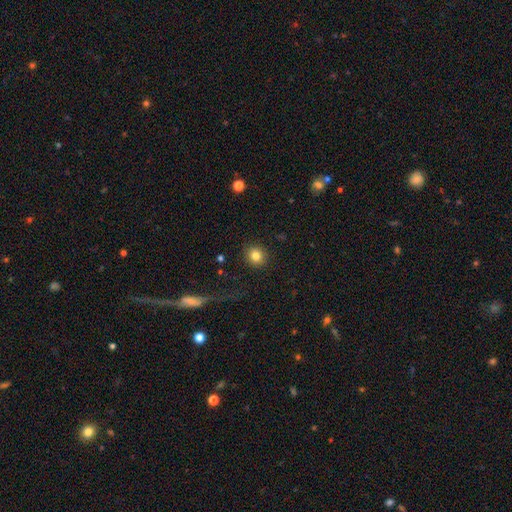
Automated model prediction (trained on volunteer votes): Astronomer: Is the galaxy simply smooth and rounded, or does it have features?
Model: smooth — 82%.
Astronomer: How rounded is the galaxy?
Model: round — 86%.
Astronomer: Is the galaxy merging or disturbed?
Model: none — 90%.